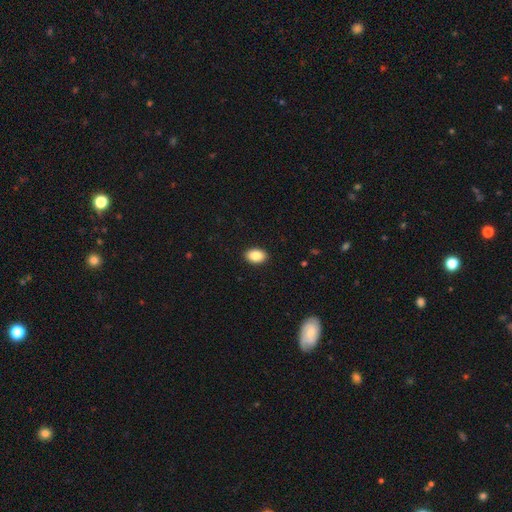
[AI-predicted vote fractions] Smooth or featured?
  - smooth: 86% *
  - star or artifact: 8%
  - featured or disk: 6%
How rounded?
  - in between: 85% *
  - round: 14%
  - cigar-shaped: 1%
Merging?
  - none: 91% *
  - minor disturbance: 6%
  - major disturbance: 2%
  - merger: 1%